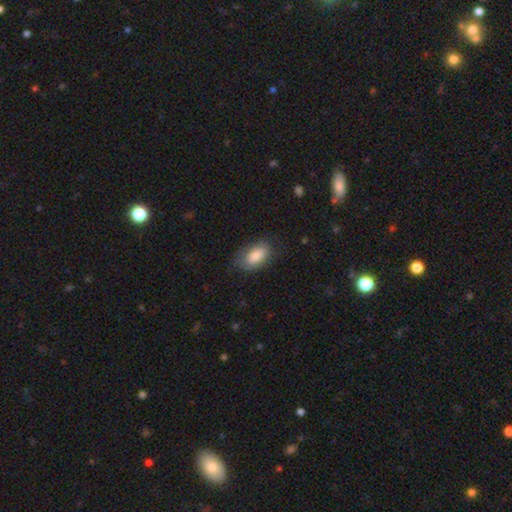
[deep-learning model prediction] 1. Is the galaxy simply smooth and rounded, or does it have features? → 84% smooth, 10% featured or disk, 6% star or artifact.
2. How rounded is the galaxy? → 93% in between, 5% round, 3% cigar-shaped.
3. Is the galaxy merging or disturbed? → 71% none, 21% minor disturbance, 7% major disturbance, 1% merger.